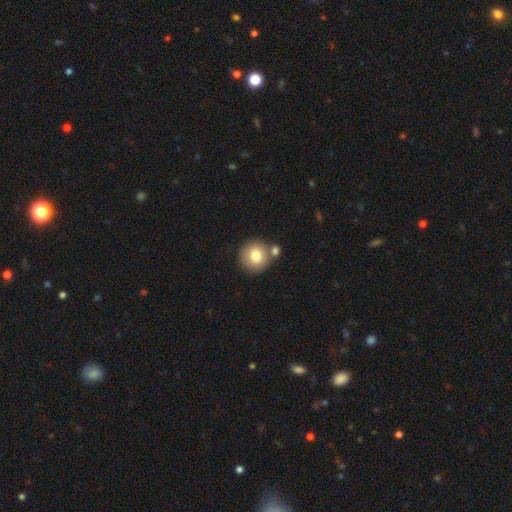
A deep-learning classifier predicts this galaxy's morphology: smooth_or_featured: smooth (p=0.79) [alt: featured or disk p=0.12]
how_rounded: round (p=0.91) [alt: in between p=0.08]
merging: none (p=0.68) [alt: merger p=0.19]